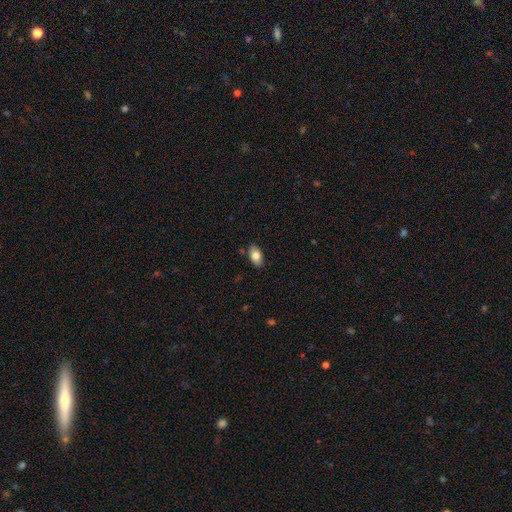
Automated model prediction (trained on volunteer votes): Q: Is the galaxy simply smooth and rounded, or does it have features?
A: smooth — 80%.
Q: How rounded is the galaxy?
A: in between — 92%.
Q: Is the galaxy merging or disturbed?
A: none — 85%.